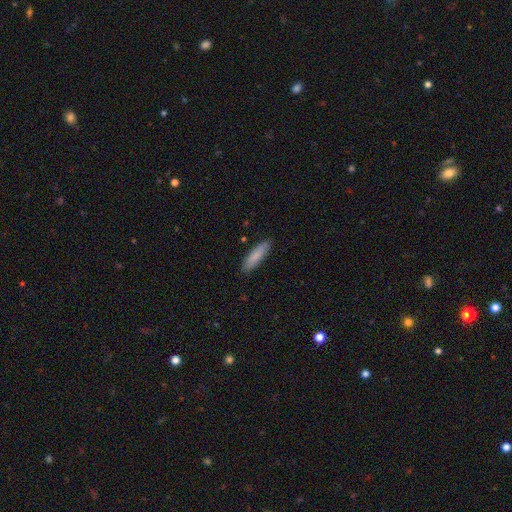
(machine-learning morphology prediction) Smooth or featured?
  - smooth: 84% *
  - featured or disk: 10%
  - star or artifact: 6%
How rounded?
  - cigar-shaped: 70% *
  - in between: 29%
  - round: 1%
Merging?
  - none: 87% *
  - minor disturbance: 10%
  - major disturbance: 2%
  - merger: 1%